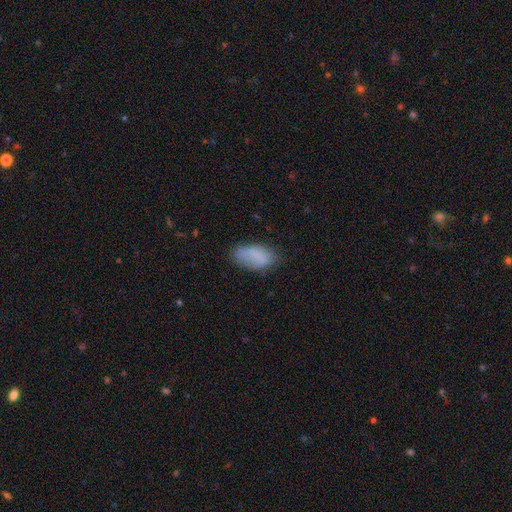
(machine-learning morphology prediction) smooth_or_featured: smooth (p=0.80) [alt: featured or disk p=0.11]
how_rounded: in between (p=0.93) [alt: cigar-shaped p=0.04]
merging: none (p=0.67) [alt: minor disturbance p=0.24]